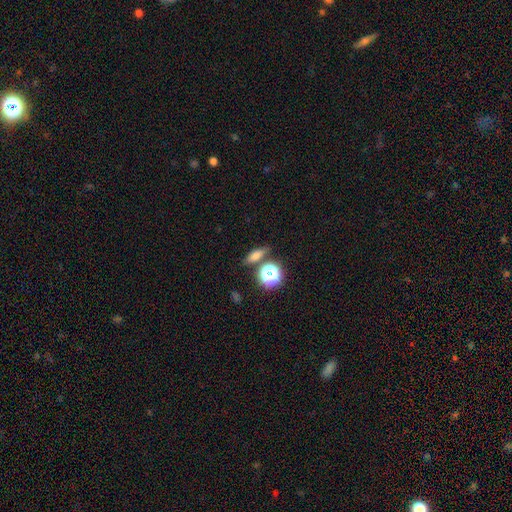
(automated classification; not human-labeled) Smooth or featured: smooth — 65% (star or artifact — 19%)
How rounded: in between — 46% (cigar-shaped — 32%)
Merging: none — 75% (minor disturbance — 11%)